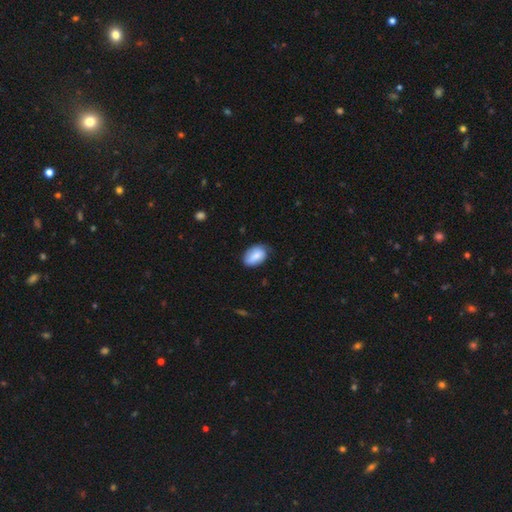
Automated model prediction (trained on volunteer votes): The model was most divided on "merging": none: 67%, minor disturbance: 27%, major disturbance: 5%, merger: 1%. More confident: how rounded — in between (88%); smooth or featured — smooth (82%).